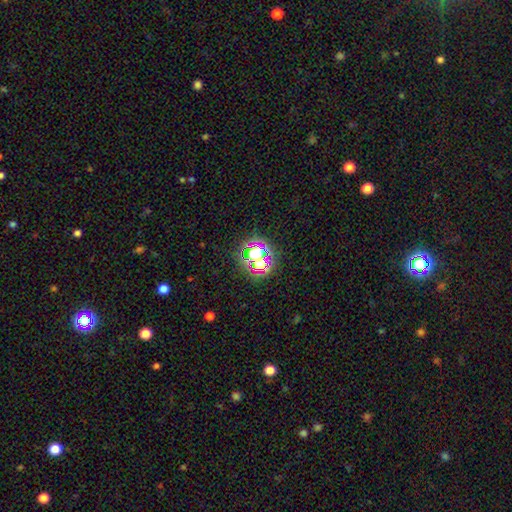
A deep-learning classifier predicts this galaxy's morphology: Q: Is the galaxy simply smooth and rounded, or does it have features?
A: star or artifact — 57%.